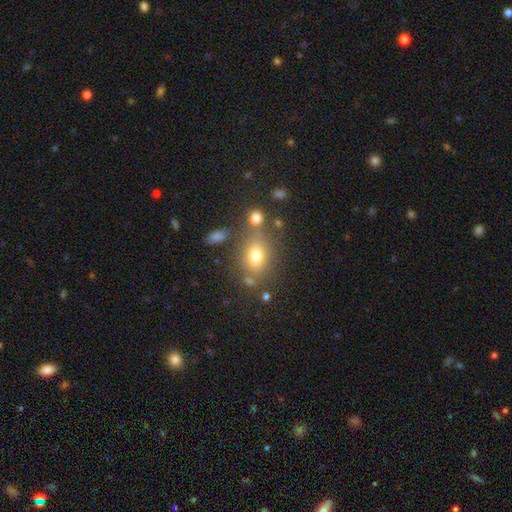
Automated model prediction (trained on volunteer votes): Smooth or featured? smooth (74%)
How rounded? in between (61%)
Merging? none (68%)